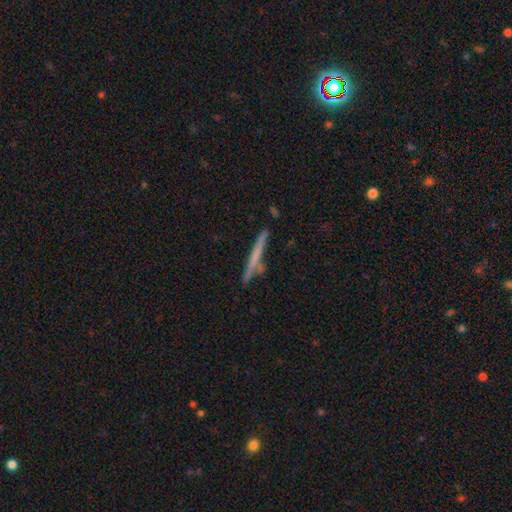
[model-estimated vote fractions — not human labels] Smooth or featured? smooth (48%)
Merging? none (81%)